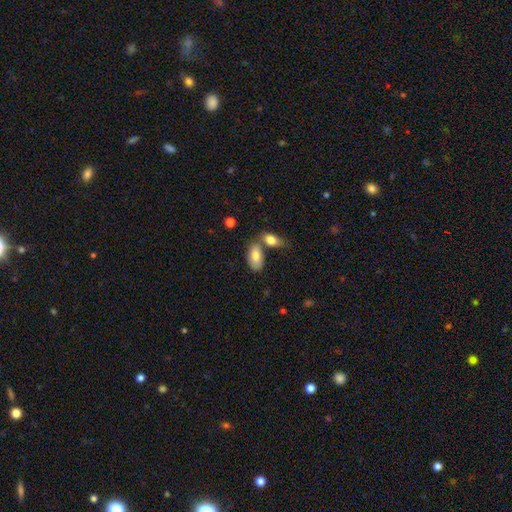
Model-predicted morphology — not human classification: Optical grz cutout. It shows a smooth galaxy with no disk features (79%) that is in between round and cigar-shaped (92%). Merging: none (47%).